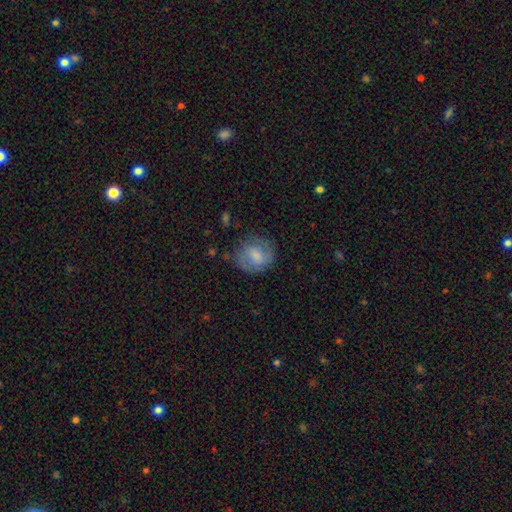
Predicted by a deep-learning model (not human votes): A smooth galaxy with no disk features (52%) that is round (76%). Merging: none (70%).